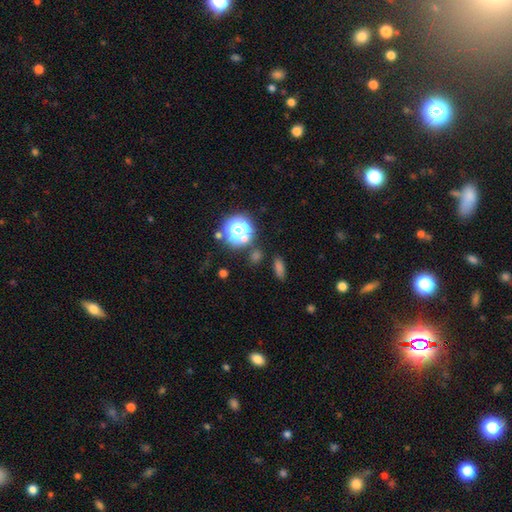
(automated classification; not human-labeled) Smooth or featured?
  - smooth: 56% *
  - star or artifact: 35%
  - featured or disk: 9%
How rounded?
  - round: 47% *
  - in between: 40%
  - cigar-shaped: 13%
Merging?
  - none: 80% *
  - minor disturbance: 10%
  - merger: 6%
  - major disturbance: 4%